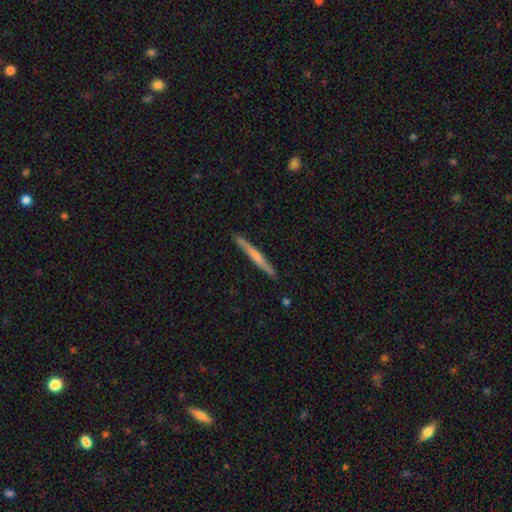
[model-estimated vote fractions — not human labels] This is possibly a smooth galaxy (51%). How rounded: clearly cigar-shaped (96%). Merging: clearly none (89%).